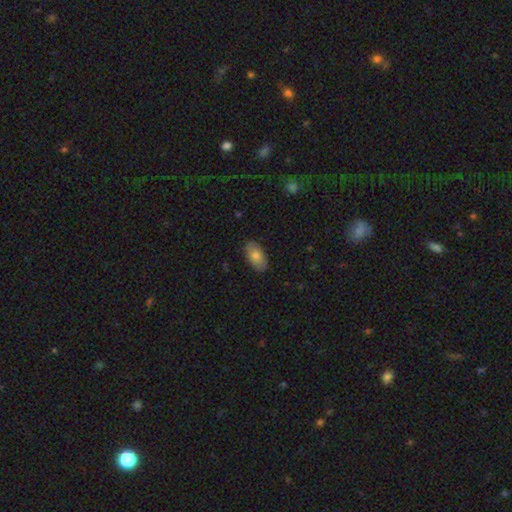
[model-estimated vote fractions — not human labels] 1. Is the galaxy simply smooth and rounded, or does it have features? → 78% smooth, 16% featured or disk, 7% star or artifact.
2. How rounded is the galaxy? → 93% in between, 4% round, 3% cigar-shaped.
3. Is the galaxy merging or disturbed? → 86% none, 11% minor disturbance, 2% major disturbance, 1% merger.